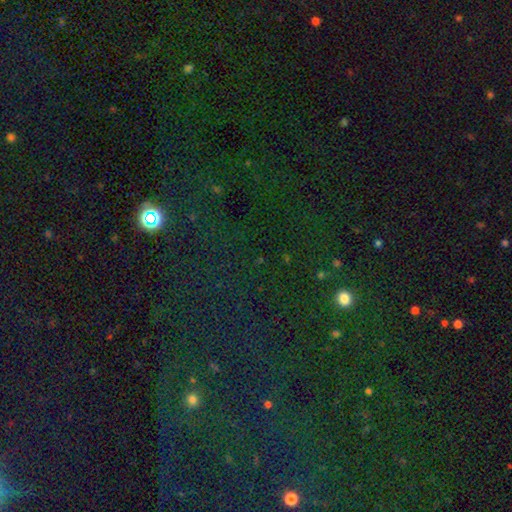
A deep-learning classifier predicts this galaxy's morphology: Smooth or featured? Predicted: star or artifact (p=0.76).